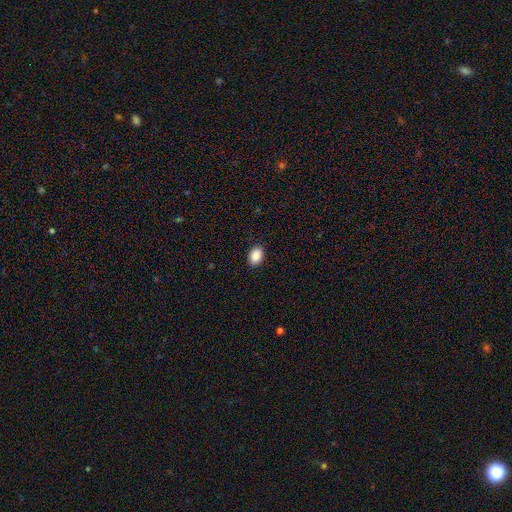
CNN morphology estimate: A smooth galaxy with no disk features (89%) that is in between round and cigar-shaped (70%).

Vote fractions:
- Smooth or featured? smooth: 89% / star or artifact: 8% / featured or disk: 3%
- How rounded? in between: 70% / round: 29% / cigar-shaped: 1%
- Merging? none: 89% / minor disturbance: 9% / major disturbance: 2% / merger: 1%